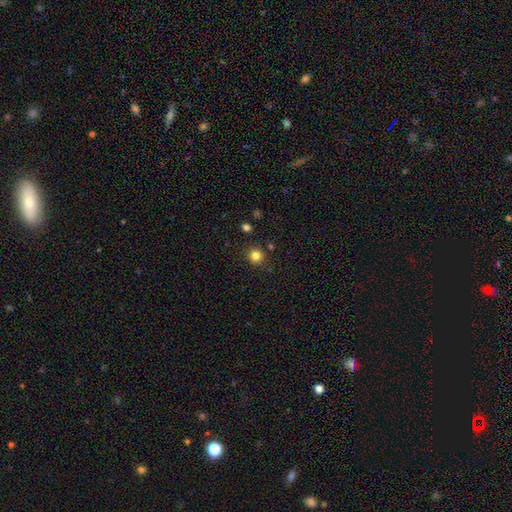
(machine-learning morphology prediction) type=smooth (81%); roundness=round (93%); merging=none (89%).